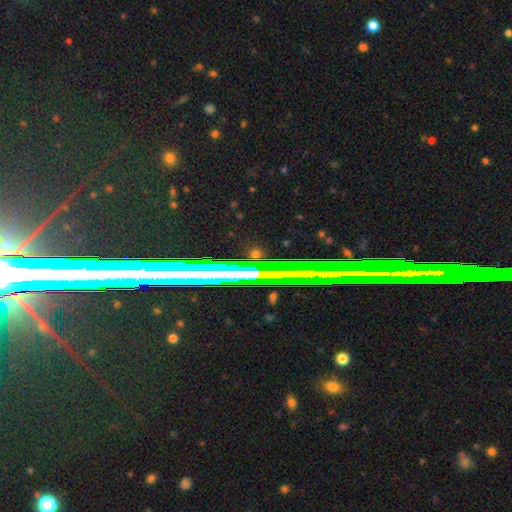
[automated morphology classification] Smooth or featured?
  - star or artifact: 51% *
  - featured or disk: 30%
  - smooth: 19%